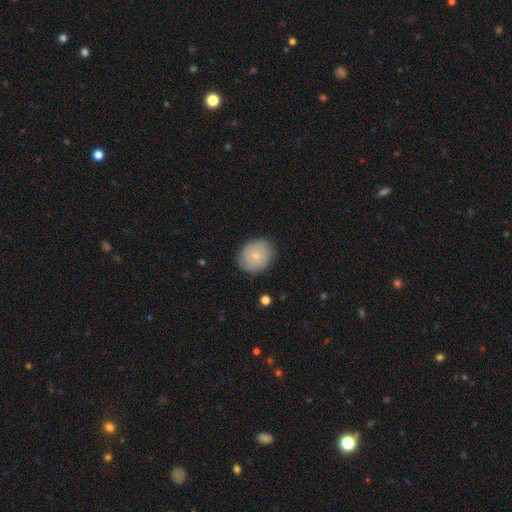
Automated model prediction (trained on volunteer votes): smooth_or_featured: smooth (p=0.63) [alt: featured or disk p=0.30]
how_rounded: round (p=0.65) [alt: in between p=0.34]
merging: none (p=0.82) [alt: minor disturbance p=0.13]